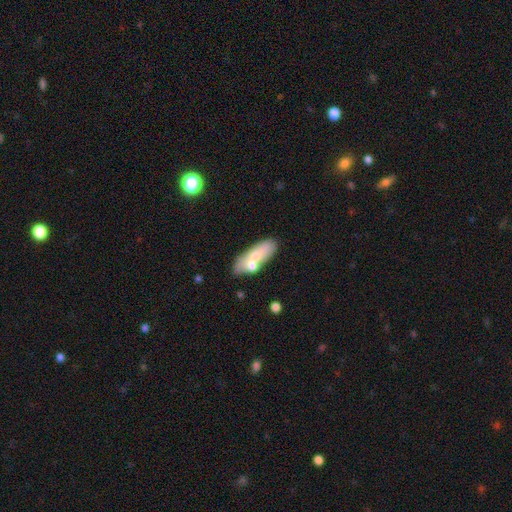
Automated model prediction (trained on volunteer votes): smooth-or-featured: smooth: 67% | featured or disk: 26% | star or artifact: 7%
  how-rounded: in between: 61% | cigar-shaped: 35% | round: 3%
  merging: none: 56% | merger: 22% | minor disturbance: 17% | major disturbance: 5%